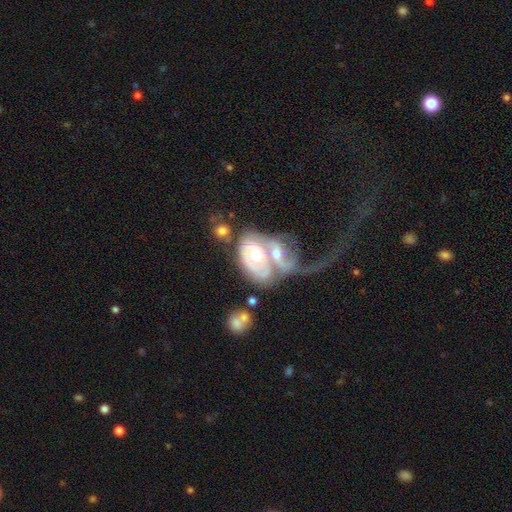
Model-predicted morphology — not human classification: Smooth or featured? Predicted: featured or disk (p=0.62). Edge-on disk? Predicted: no (p=0.95). Bar? Predicted: no (p=0.74). Spiral arms? Predicted: yes (p=0.53). Bulge size? Predicted: moderate (p=0.65). Merging? Predicted: merger (p=0.67).